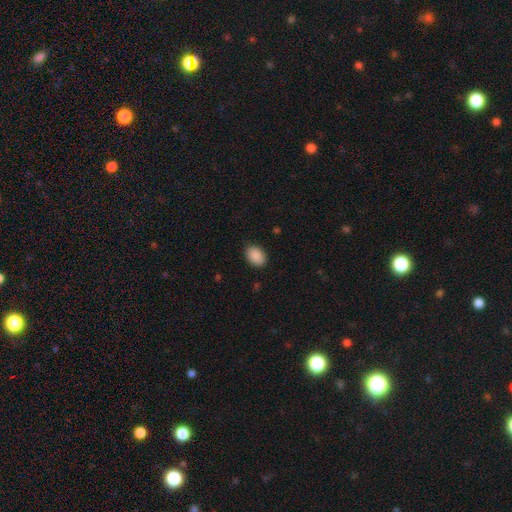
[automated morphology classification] type=smooth (90%); roundness=in between (82%); merging=none (86%).